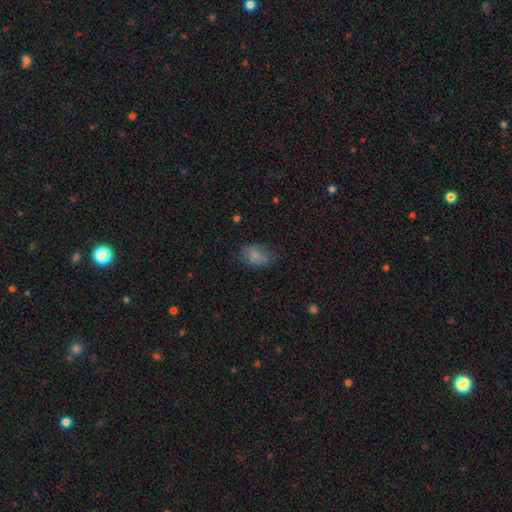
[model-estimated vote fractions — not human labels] Morphology: type=smooth (81%); roundness=in between (83%); merging=none (71%).